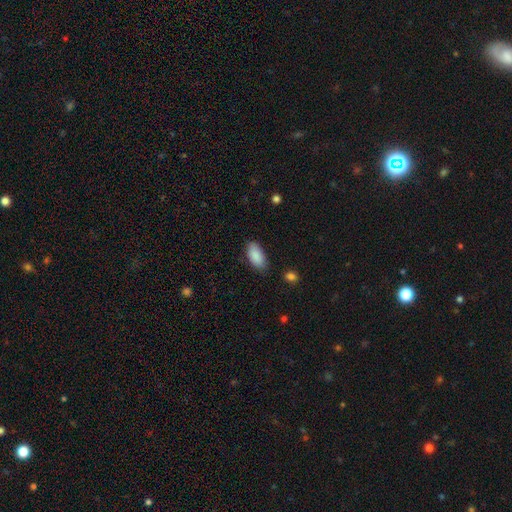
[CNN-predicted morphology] smooth_or_featured: smooth (p=0.89) [alt: star or artifact p=0.06]
how_rounded: in between (p=0.92) [alt: cigar-shaped p=0.05]
merging: none (p=0.82) [alt: minor disturbance p=0.14]